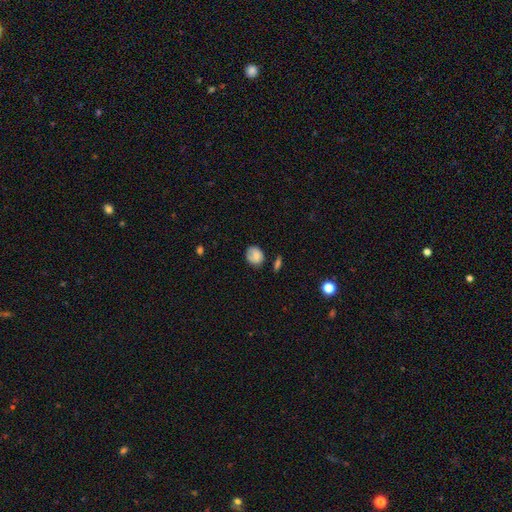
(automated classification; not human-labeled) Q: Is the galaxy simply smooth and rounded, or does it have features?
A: smooth — 78%.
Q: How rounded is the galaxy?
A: round — 54%.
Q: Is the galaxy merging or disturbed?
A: none — 64%.